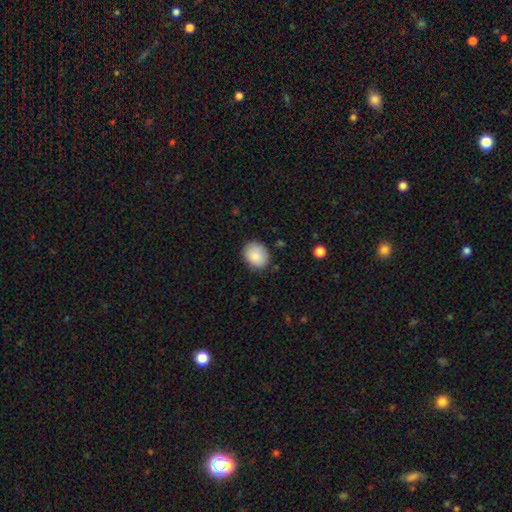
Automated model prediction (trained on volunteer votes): A smooth galaxy with no disk features (88%) that is round (60%). Merging: none (82%).